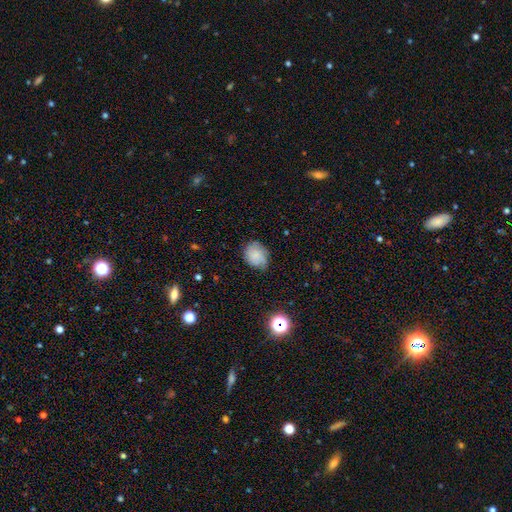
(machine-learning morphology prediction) Smooth or featured? Predicted: smooth (p=0.68). How rounded? Predicted: round (p=0.50). Merging? Predicted: none (p=0.65).